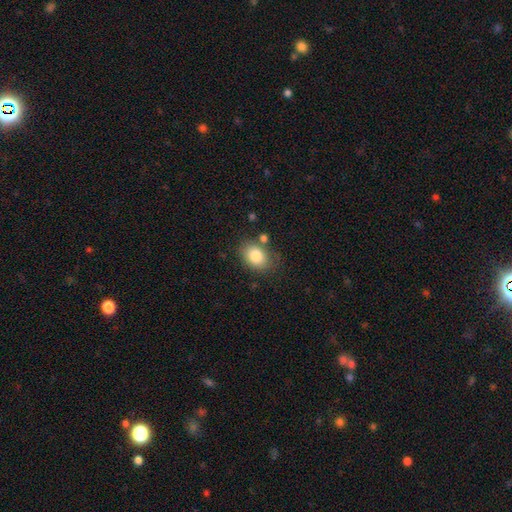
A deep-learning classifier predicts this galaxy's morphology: Smooth or featured? Predicted: smooth (p=0.84). How rounded? Predicted: in between (p=0.70). Merging? Predicted: none (p=0.72).